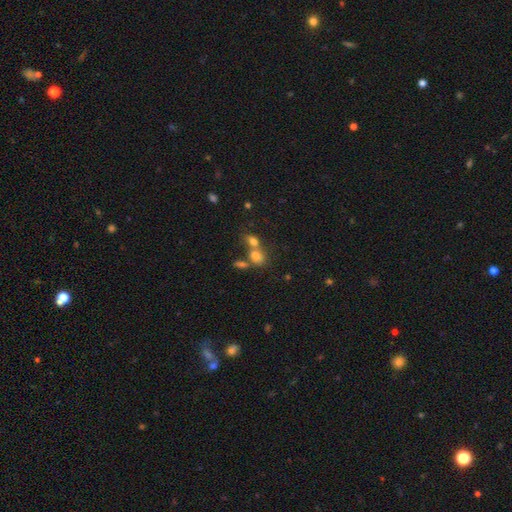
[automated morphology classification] Overall: smooth (75%). How rounded: in between (58%; round 40%). Merging: merger (53%; none 33%).